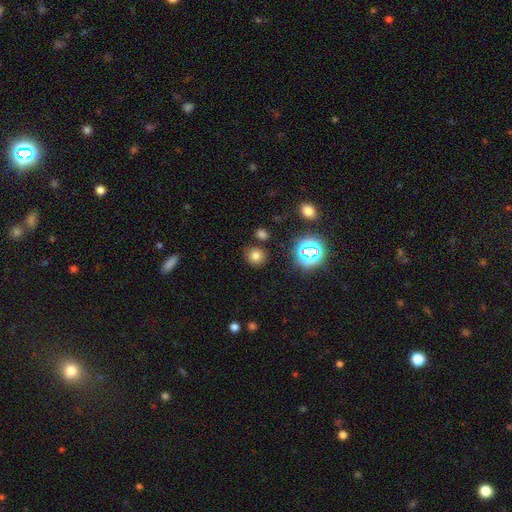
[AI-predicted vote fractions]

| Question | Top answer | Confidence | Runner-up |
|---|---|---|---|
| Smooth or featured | smooth | 71% | star or artifact (21%) |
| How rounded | round | 86% | in between (13%) |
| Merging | none | 83% | minor disturbance (9%) |